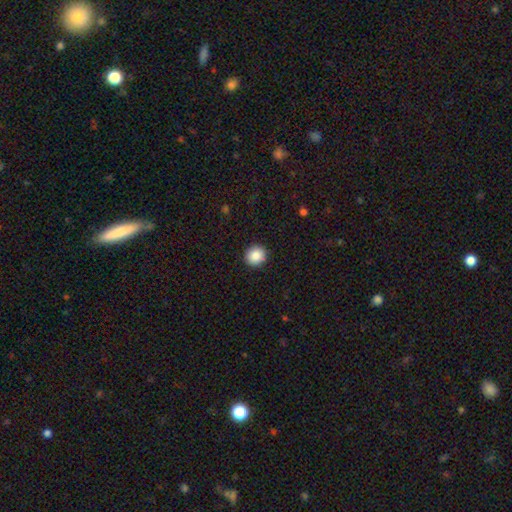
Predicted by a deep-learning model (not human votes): The model was most divided on "how rounded": round: 88%, in between: 11%, cigar-shaped: 1%. More confident: merging — none (91%); smooth or featured — smooth (87%).